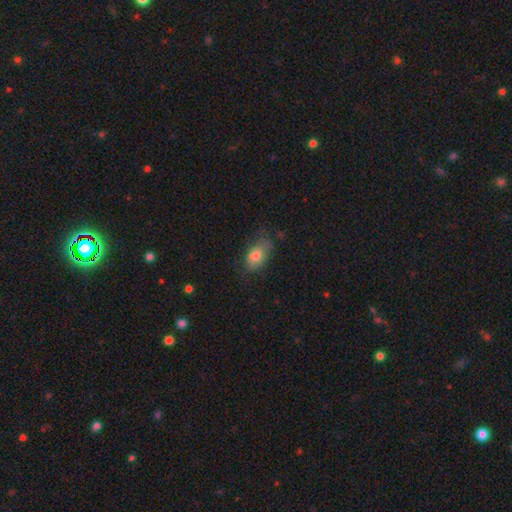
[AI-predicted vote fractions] smooth-or-featured: smooth: 76% | featured or disk: 15% | star or artifact: 9%
  how-rounded: in between: 87% | round: 10% | cigar-shaped: 3%
  merging: none: 55% | minor disturbance: 30% | major disturbance: 13% | merger: 2%